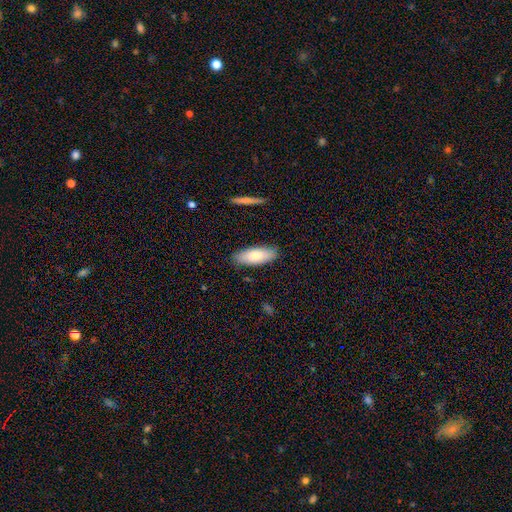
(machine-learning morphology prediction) Smooth or featured? Predicted: smooth (p=0.82). How rounded? Predicted: in between (p=0.72). Merging? Predicted: none (p=0.86).